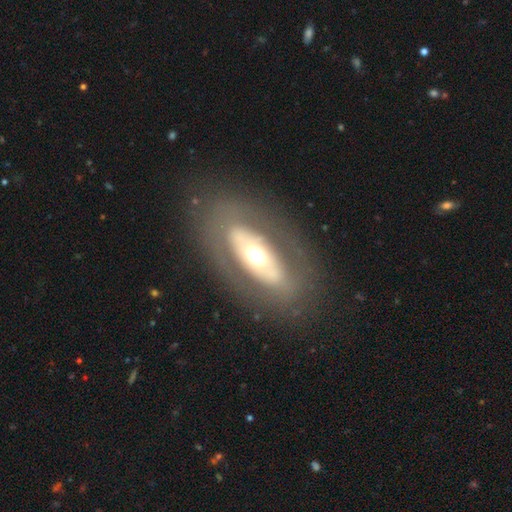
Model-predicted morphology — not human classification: Overall: featured or disk (61%; smooth 31%). Edge-on disk: no (82%). Bar: no (65%). Spiral arms: no (85%). Bulge size: moderate (58%; large 28%). Merging: none (77%).